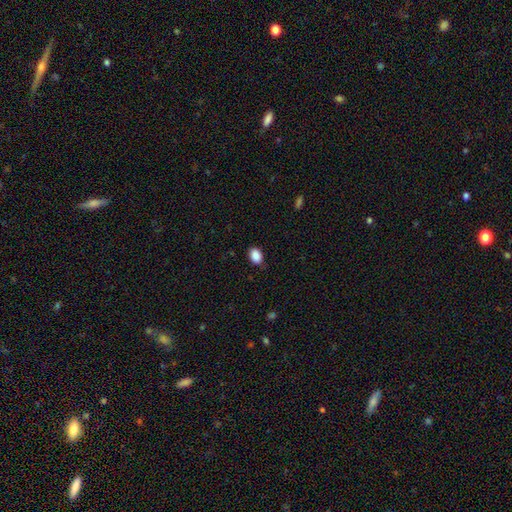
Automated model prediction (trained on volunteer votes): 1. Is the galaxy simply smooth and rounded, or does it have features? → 89% smooth, 8% star or artifact, 3% featured or disk.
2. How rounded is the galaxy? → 80% in between, 19% round, 1% cigar-shaped.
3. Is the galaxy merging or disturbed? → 82% none, 14% minor disturbance, 3% major disturbance, 1% merger.